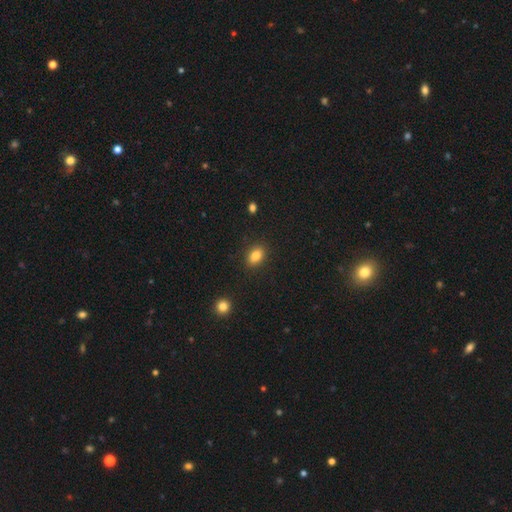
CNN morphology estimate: Smooth or featured? smooth (83%)
How rounded? in between (79%)
Merging? none (88%)